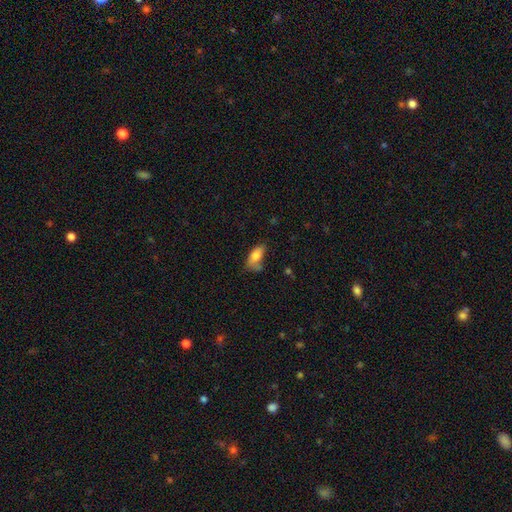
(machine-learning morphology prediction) Overall: smooth (78%). How rounded: in between (84%). Merging: none (49%; minor disturbance 30%).